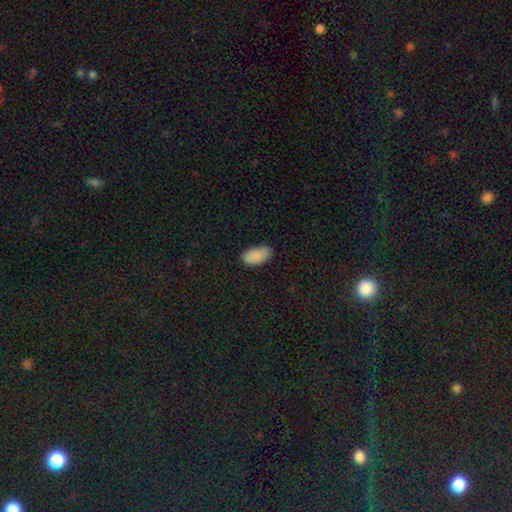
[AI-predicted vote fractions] Overall: smooth (89%). How rounded: in between (95%). Merging: none (82%).